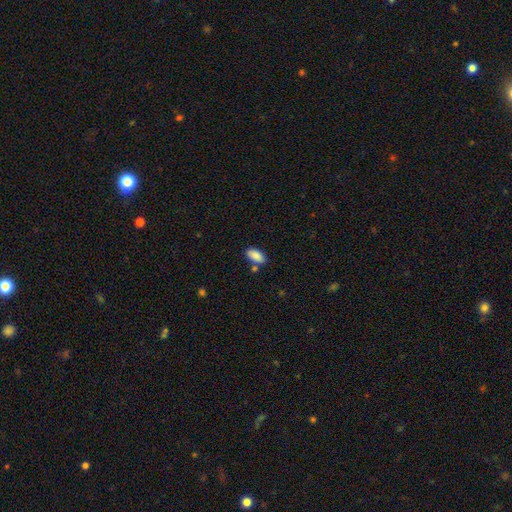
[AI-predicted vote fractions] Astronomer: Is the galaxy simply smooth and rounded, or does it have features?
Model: smooth — 88%.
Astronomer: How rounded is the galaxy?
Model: in between — 92%.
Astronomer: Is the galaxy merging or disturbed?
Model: none — 74%.